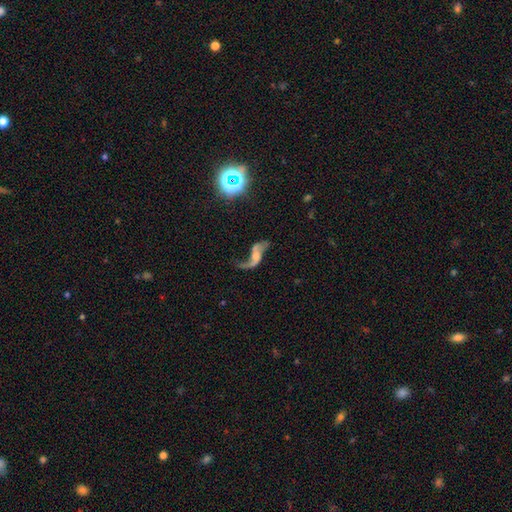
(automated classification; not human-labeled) The model was most divided on "bulge size": none: 34%, small: 33%, moderate: 25%, large: 6%, dominant: 2%. Remaining: edge-on disk — no (95%); spiral arms — yes (91%); spiral winding — loose (91%); spiral arm count — 2 (87%); smooth or featured — featured or disk (80%); merging — none (52%); bar — no (50%).